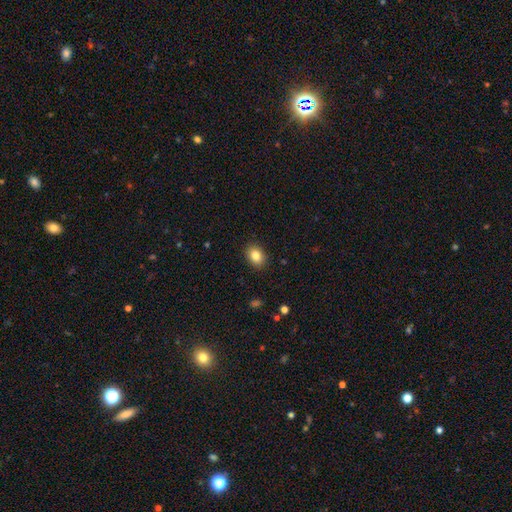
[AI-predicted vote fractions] A smooth galaxy with no disk features (85%) that is in between round and cigar-shaped (70%). Merging: none (89%).